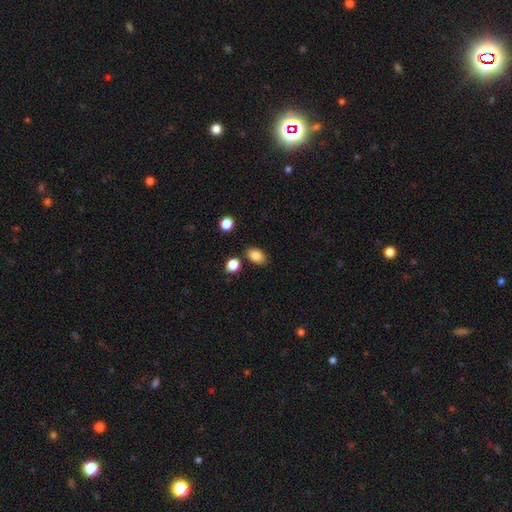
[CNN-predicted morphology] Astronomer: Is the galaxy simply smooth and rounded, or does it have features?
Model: smooth — 85%.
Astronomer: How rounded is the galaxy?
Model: in between — 85%.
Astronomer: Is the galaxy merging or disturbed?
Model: none — 81%.